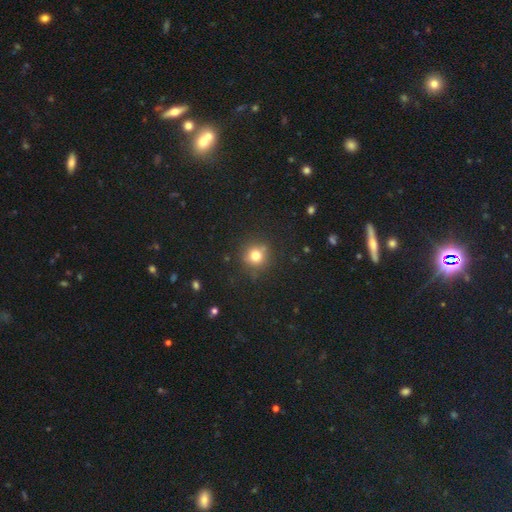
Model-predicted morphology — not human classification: smooth_or_featured: smooth (p=0.75) [alt: star or artifact p=0.16]
how_rounded: round (p=0.90) [alt: in between p=0.08]
merging: none (p=0.83) [alt: minor disturbance p=0.11]